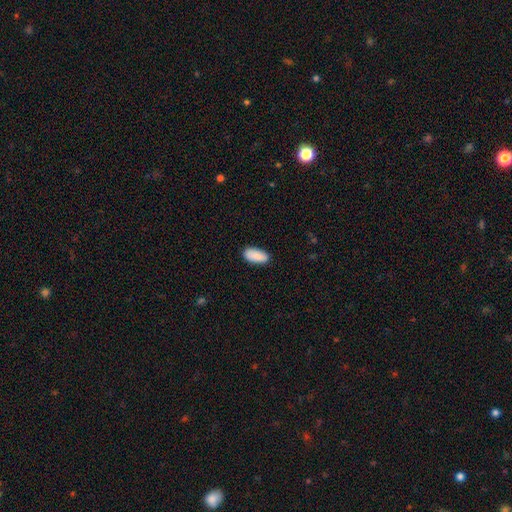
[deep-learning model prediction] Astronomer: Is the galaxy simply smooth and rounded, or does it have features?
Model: smooth — 89%.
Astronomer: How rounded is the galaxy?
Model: in between — 90%.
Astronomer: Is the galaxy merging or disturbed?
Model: none — 87%.